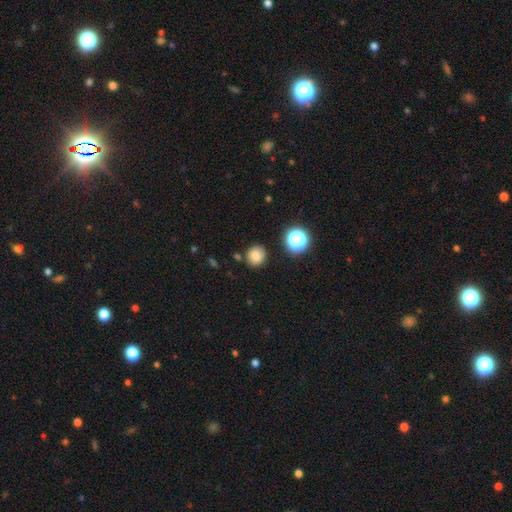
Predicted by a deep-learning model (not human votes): Smooth or featured: smooth — 80% (star or artifact — 13%)
How rounded: round — 85% (in between — 14%)
Merging: none — 85% (minor disturbance — 9%)